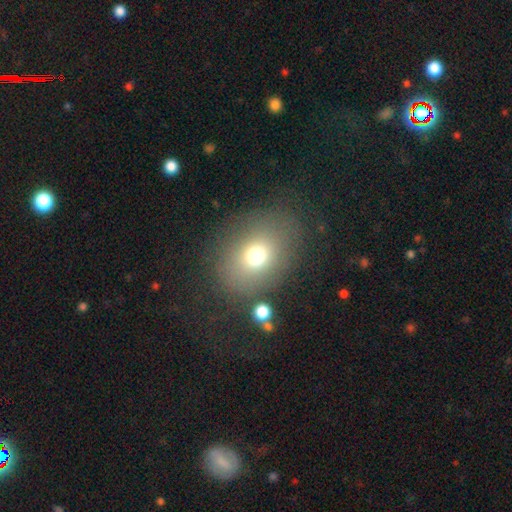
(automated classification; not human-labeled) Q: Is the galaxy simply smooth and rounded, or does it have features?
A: smooth — 71%.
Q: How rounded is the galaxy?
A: round — 51%.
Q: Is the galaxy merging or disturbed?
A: none — 72%.